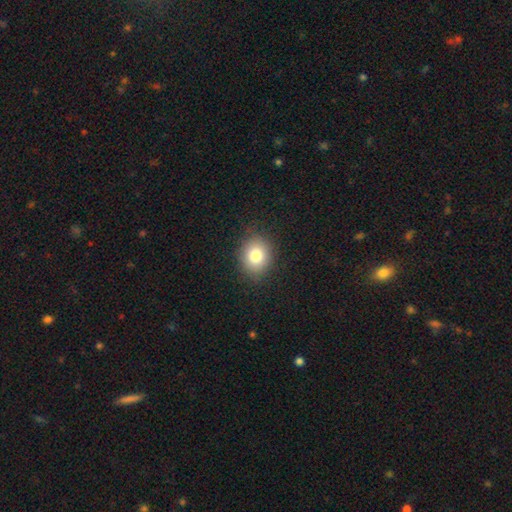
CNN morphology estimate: This appears to be a smooth galaxy with no disk features (80%) that is round (61%). Merging: none (86%).